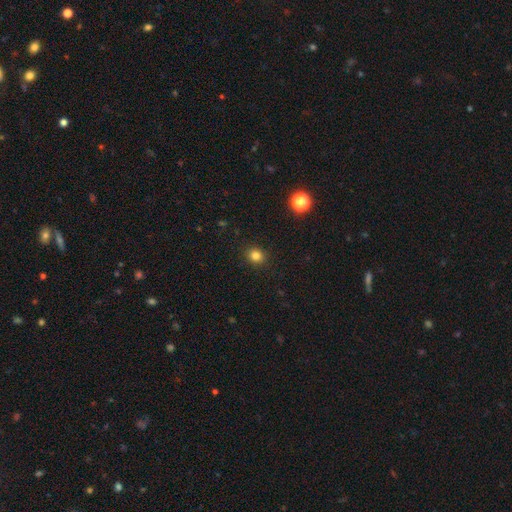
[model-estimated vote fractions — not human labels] smooth-or-featured: smooth: 82% | star or artifact: 13% | featured or disk: 5%
  how-rounded: round: 78% | in between: 21% | cigar-shaped: 1%
  merging: none: 90% | minor disturbance: 7% | major disturbance: 2% | merger: 1%